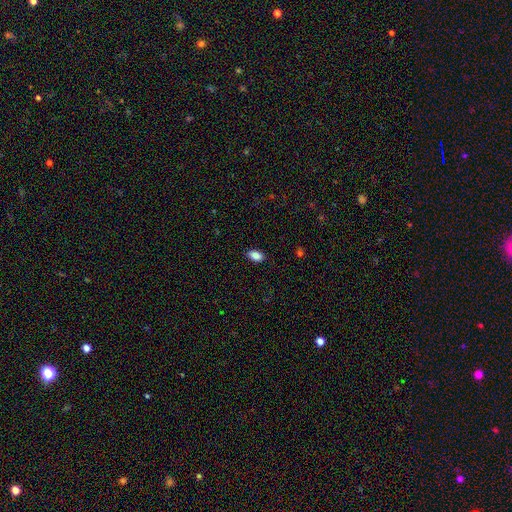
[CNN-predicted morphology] Smooth or featured? smooth (87%)
How rounded? in between (91%)
Merging? none (88%)